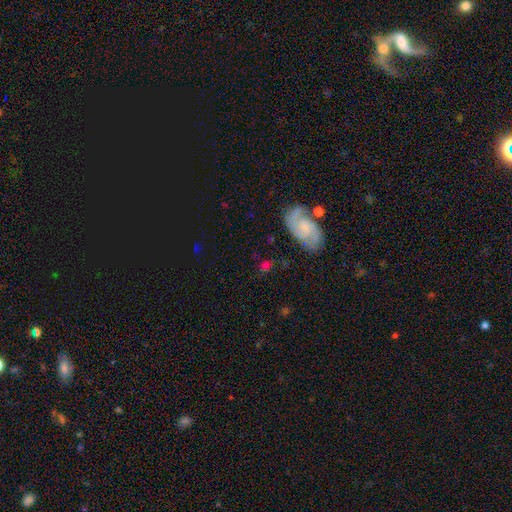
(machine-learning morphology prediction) smooth_or_featured: featured or disk (p=0.43) [alt: smooth p=0.40]
merging: none (p=0.71) [alt: minor disturbance p=0.15]